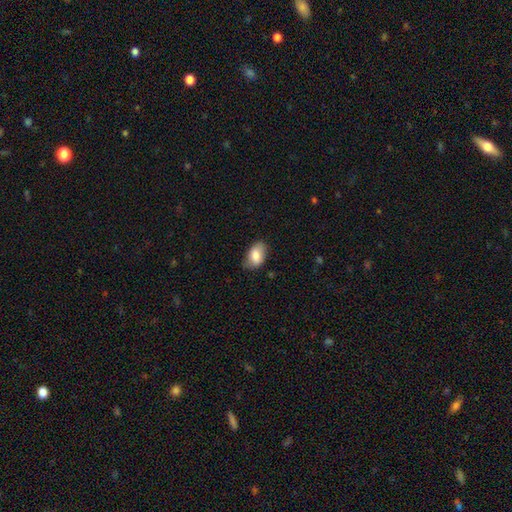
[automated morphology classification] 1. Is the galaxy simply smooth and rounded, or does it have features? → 81% smooth, 12% featured or disk, 7% star or artifact.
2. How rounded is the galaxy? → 91% in between, 7% round, 2% cigar-shaped.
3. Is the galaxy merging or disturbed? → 73% none, 22% minor disturbance, 4% major disturbance, 1% merger.